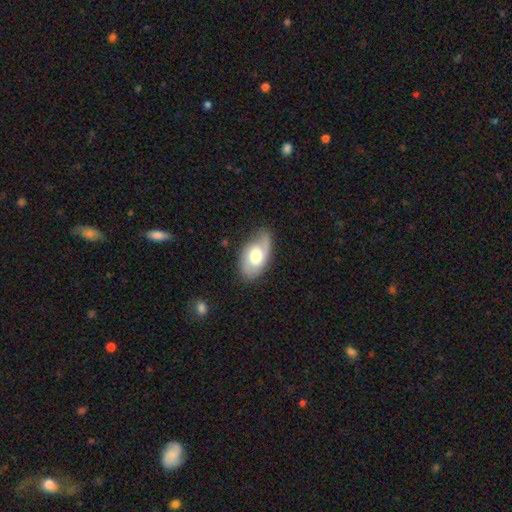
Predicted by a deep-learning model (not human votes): Smooth or featured: featured or disk — 53% (smooth — 41%)
Edge-on disk: no — 92% (yes — 8%)
Merging: none — 65% (minor disturbance — 25%)